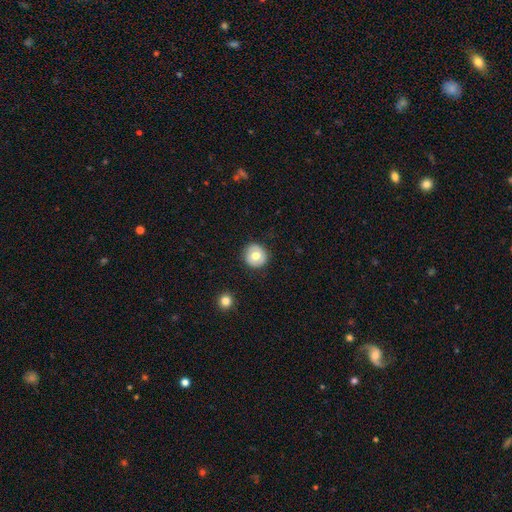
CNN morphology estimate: A smooth galaxy with no disk features (67%) that is round (93%).

Vote fractions:
- Smooth or featured? smooth: 67% / featured or disk: 25% / star or artifact: 8%
- How rounded? round: 93% / in between: 6% / cigar-shaped: 1%
- Merging? none: 89% / minor disturbance: 8% / major disturbance: 2% / merger: 1%